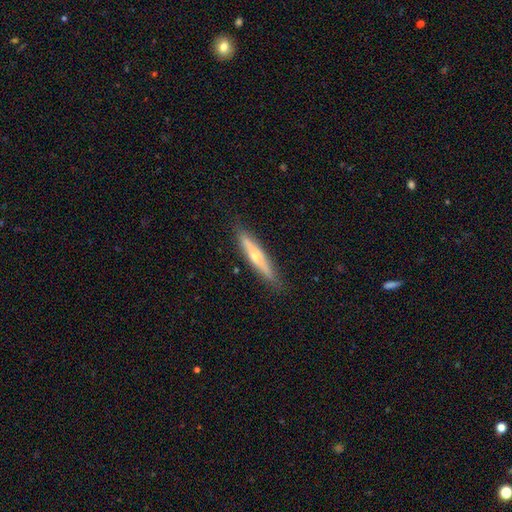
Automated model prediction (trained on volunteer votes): Overall: featured or disk (54%; smooth 40%). Edge-on disk: yes (90%). Merging: none (87%).